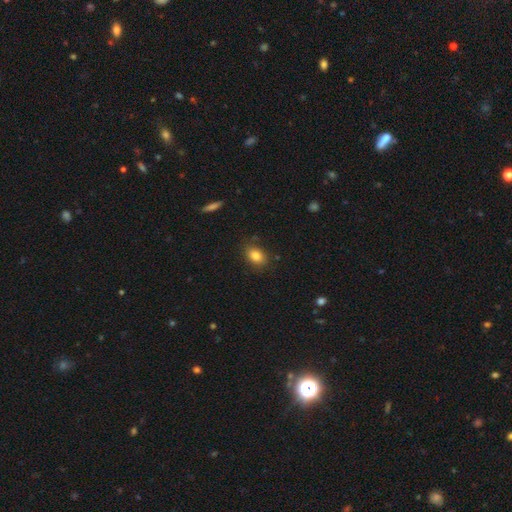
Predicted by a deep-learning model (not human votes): smooth 83%, star or artifact 9%, featured or disk 8%. Down the decision tree: how rounded — in between (77%); merging — none (81%).